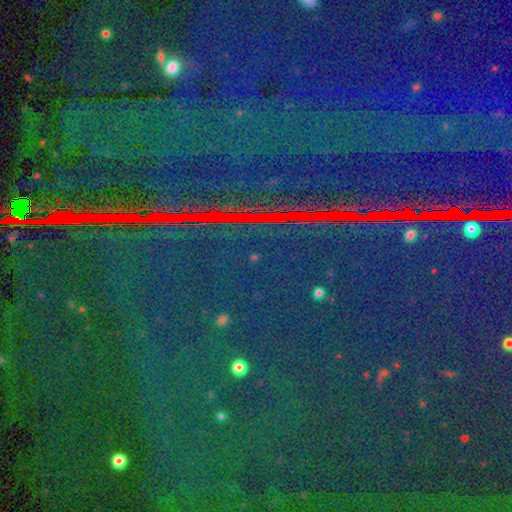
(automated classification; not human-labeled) This appears to be a star or artifact, not a galaxy (87%).